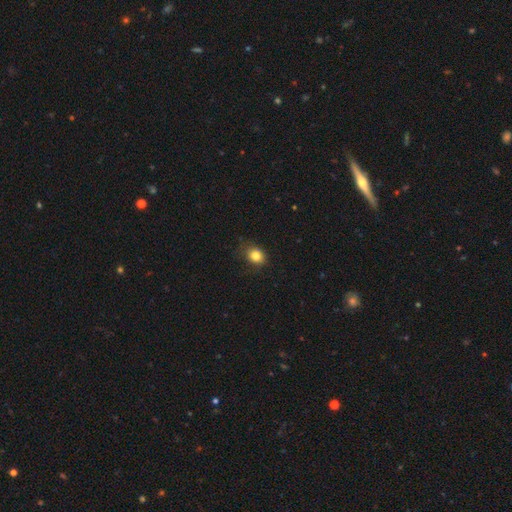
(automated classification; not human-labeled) smooth 83%, star or artifact 11%, featured or disk 6%. Down the decision tree: how rounded — round (53%); merging — none (76%).